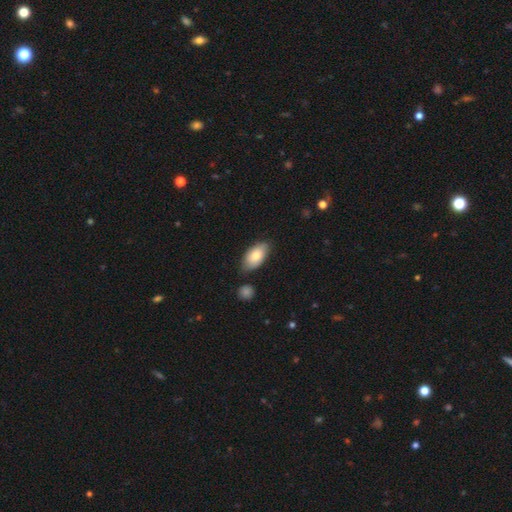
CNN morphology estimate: smooth-or-featured: smooth: 79% | featured or disk: 15% | star or artifact: 6%
  how-rounded: in between: 94% | round: 4% | cigar-shaped: 3%
  merging: none: 77% | minor disturbance: 16% | merger: 4% | major disturbance: 3%